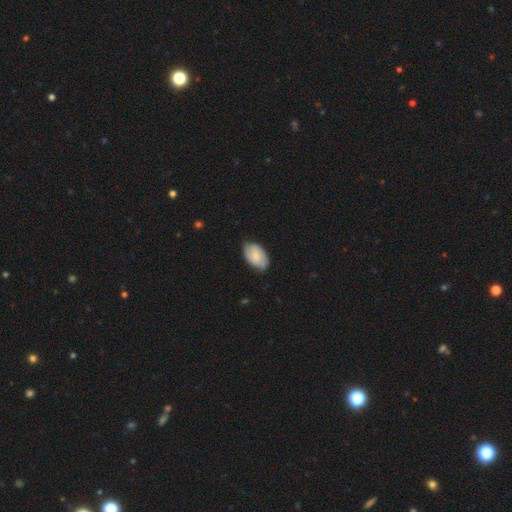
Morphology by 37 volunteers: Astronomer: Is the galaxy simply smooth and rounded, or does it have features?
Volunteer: smooth — 73%.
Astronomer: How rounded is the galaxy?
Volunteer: in between — 93%.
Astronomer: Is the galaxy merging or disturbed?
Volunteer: none — 74%.